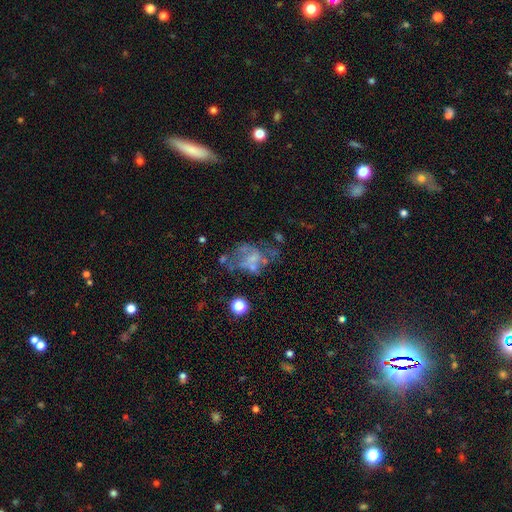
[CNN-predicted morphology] type=featured or disk (59%); edge-on=no (97%); bar=no (78%); spiral arms=no (64%); bulge=none (60%); merging=none (36%).